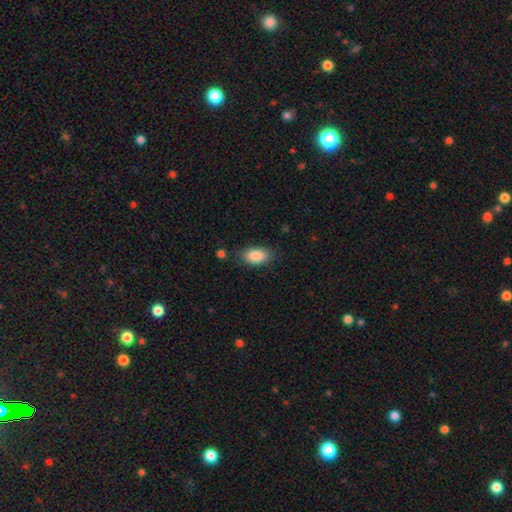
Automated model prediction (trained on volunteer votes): Morphology: type=smooth (88%); roundness=in between (92%); merging=none (81%).